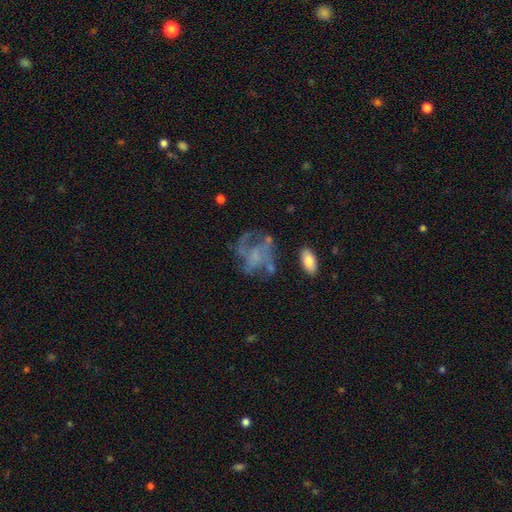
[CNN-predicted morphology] Smooth or featured?
  - featured or disk: 66% *
  - smooth: 22%
  - star or artifact: 12%
Edge-on disk?
  - no: 97% *
  - yes: 3%
Bar?
  - no: 74% *
  - weak: 22%
  - strong: 5%
Spiral arms?
  - yes: 63% *
  - no: 37%
Bulge size?
  - none: 54% *
  - small: 28%
  - moderate: 13%
  - large: 3%
  - dominant: 1%
Merging?
  - none: 43% *
  - major disturbance: 33%
  - minor disturbance: 18%
  - merger: 5%